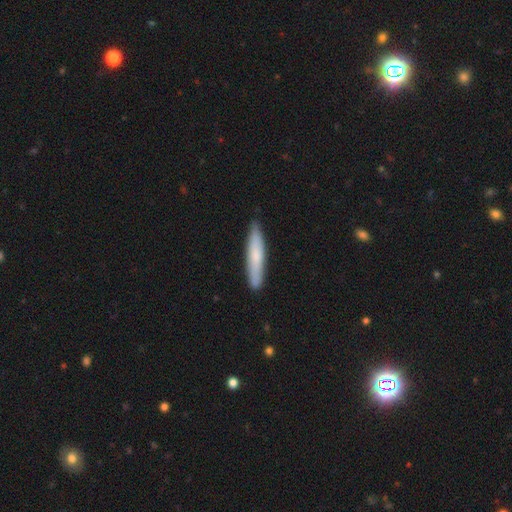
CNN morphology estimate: Q: Smooth or featured?
A: smooth (68%); runner-up: featured or disk (26%)
Q: How rounded?
A: cigar-shaped (92%); runner-up: in between (7%)
Q: Merging?
A: none (87%); runner-up: minor disturbance (10%)